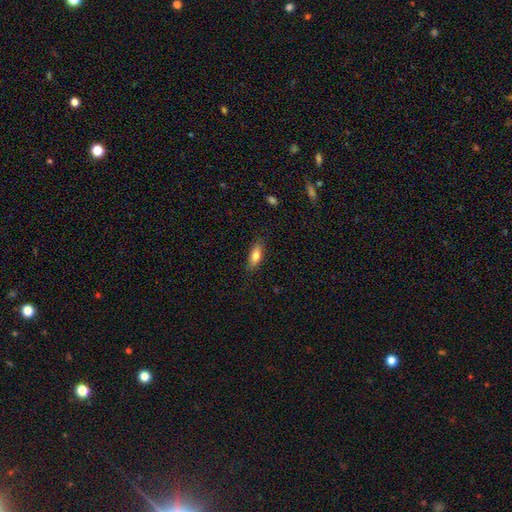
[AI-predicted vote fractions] smooth-or-featured: smooth: 75% | featured or disk: 18% | star or artifact: 7%
  how-rounded: in between: 70% | cigar-shaped: 27% | round: 3%
  merging: none: 84% | minor disturbance: 13% | major disturbance: 3% | merger: 1%